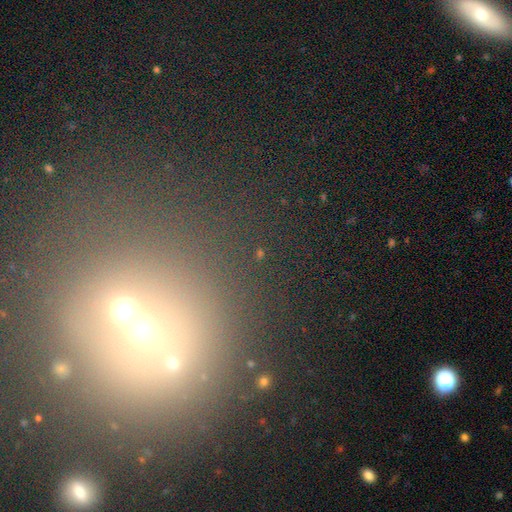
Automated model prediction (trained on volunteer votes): Smooth or featured: star or artifact — 42% (smooth — 38%)